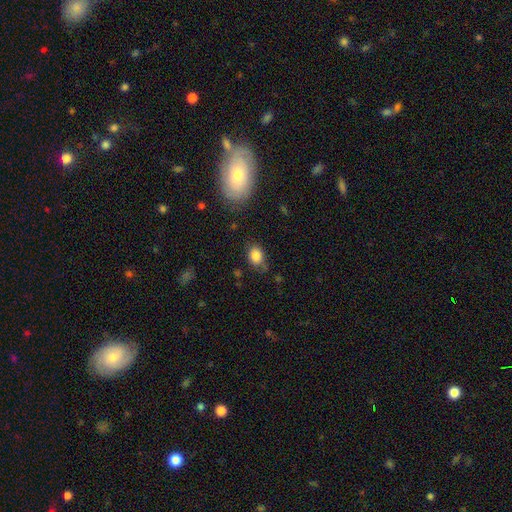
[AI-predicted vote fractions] smooth-or-featured: smooth: 84% | star or artifact: 10% | featured or disk: 7%
  how-rounded: in between: 61% | round: 38% | cigar-shaped: 1%
  merging: none: 69% | minor disturbance: 23% | major disturbance: 6% | merger: 3%